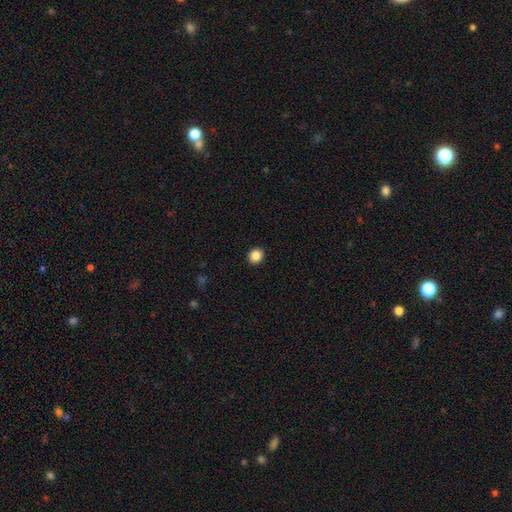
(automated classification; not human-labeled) smooth-or-featured: smooth: 86% | star or artifact: 10% | featured or disk: 4%
  how-rounded: round: 79% | in between: 20% | cigar-shaped: 1%
  merging: none: 92% | minor disturbance: 5% | major disturbance: 2% | merger: 1%